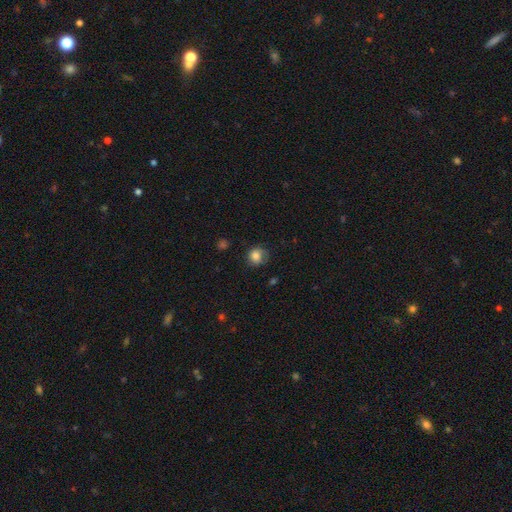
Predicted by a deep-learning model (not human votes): Smooth or featured?
  - smooth: 81% *
  - star or artifact: 10%
  - featured or disk: 9%
How rounded?
  - round: 79% *
  - in between: 21%
  - cigar-shaped: 1%
Merging?
  - none: 70% *
  - minor disturbance: 22%
  - major disturbance: 7%
  - merger: 1%